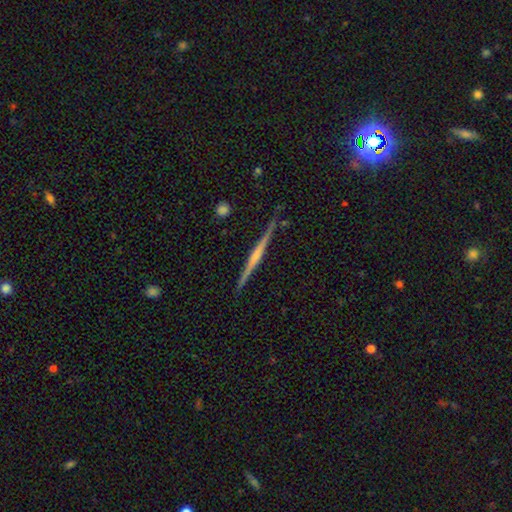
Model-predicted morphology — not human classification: Overall: featured or disk (72%). Edge-on disk: yes (98%). Edge-on bulge: none (44%; rounded 40%). Merging: none (89%).